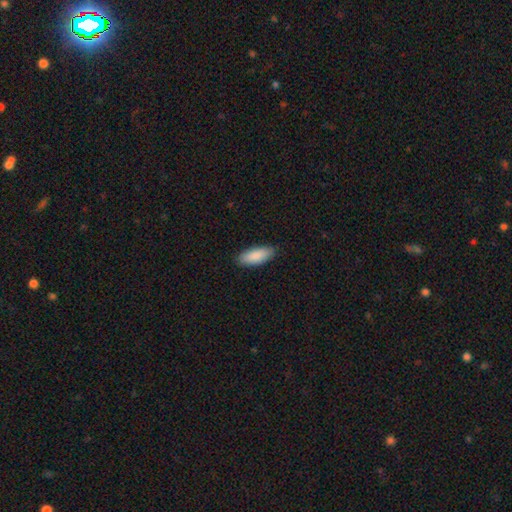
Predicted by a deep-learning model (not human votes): Morphology: type=smooth (90%); roundness=in between (79%); merging=none (86%).